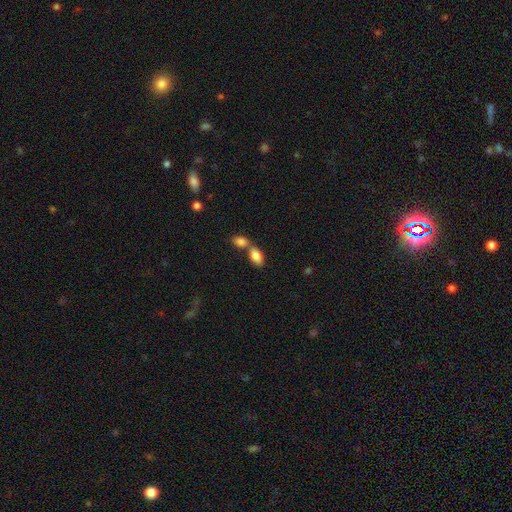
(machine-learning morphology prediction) smooth-or-featured: smooth: 85% | featured or disk: 8% | star or artifact: 7%
  how-rounded: in between: 92% | round: 5% | cigar-shaped: 3%
  merging: merger: 52% | none: 37% | minor disturbance: 8% | major disturbance: 3%